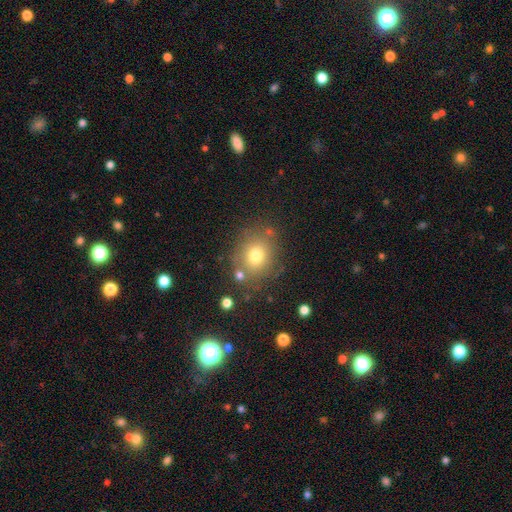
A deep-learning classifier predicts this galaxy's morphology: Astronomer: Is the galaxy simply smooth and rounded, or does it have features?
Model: smooth — 72%.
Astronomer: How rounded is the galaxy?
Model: round — 73%.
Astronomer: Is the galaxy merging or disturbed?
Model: none — 75%.